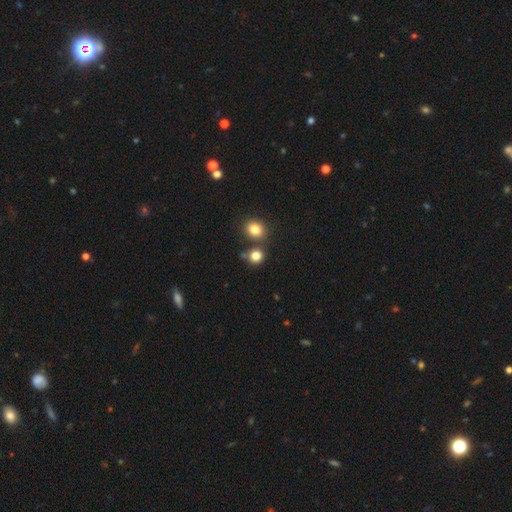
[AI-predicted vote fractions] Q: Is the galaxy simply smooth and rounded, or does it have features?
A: smooth — 82%.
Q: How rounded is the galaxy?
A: round — 83%.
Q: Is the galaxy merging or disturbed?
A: none — 69%.